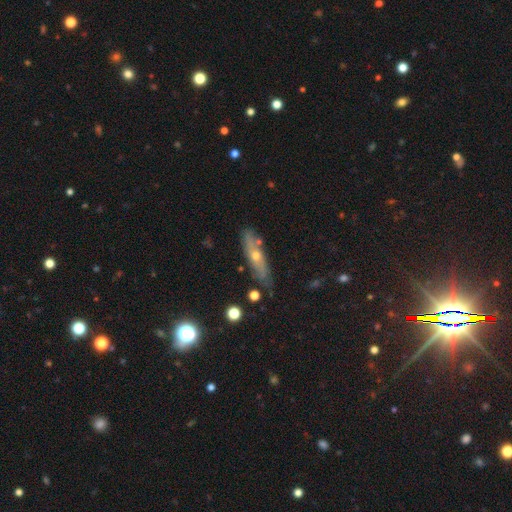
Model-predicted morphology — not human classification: A featured or disk galaxy (58%) viewed edge-on (63%).

Vote fractions:
- Smooth or featured? featured or disk: 58% / smooth: 33% / star or artifact: 9%
- Edge-on disk? yes: 63% / no: 37%
- Merging? none: 78% / minor disturbance: 16% / merger: 3% / major disturbance: 3%